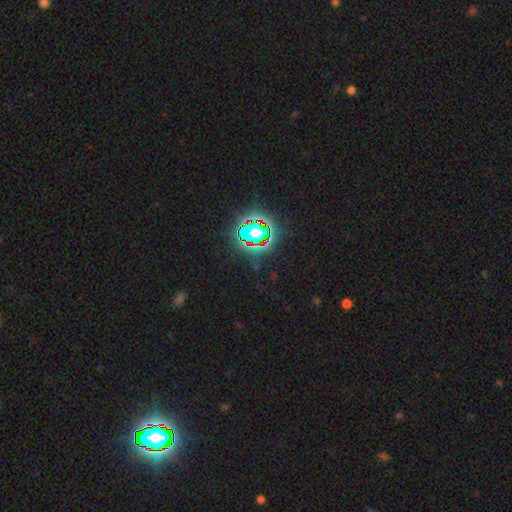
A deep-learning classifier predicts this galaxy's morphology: This is likely a star or artifact rather than a galaxy (78%).